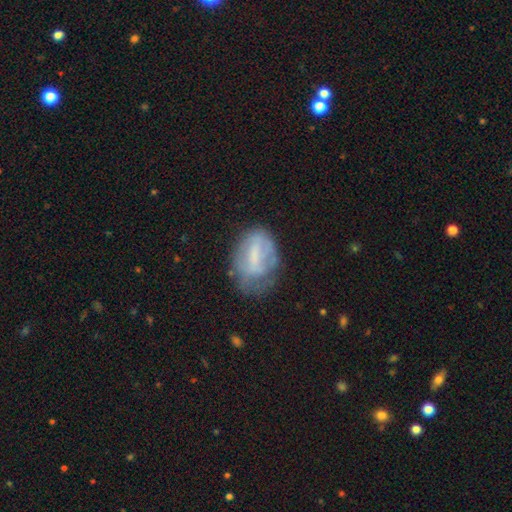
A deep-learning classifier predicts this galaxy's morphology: A smooth galaxy with no disk features (47%). Merging: none (46%).